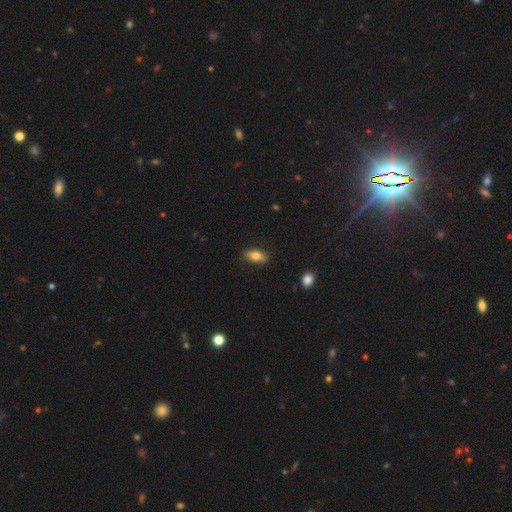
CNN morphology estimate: Overall: smooth (74%). How rounded: in between (81%). Merging: none (84%).